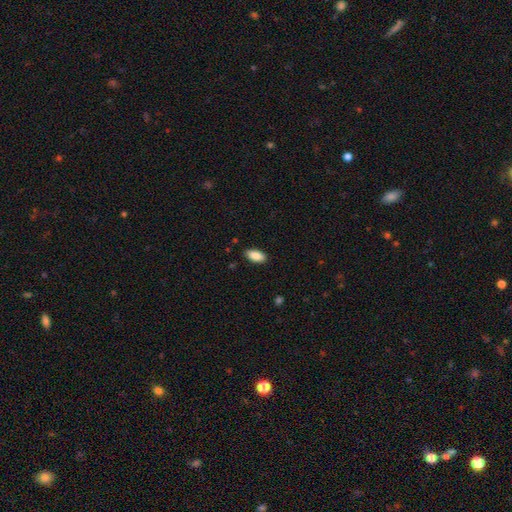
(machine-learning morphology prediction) smooth 89%, star or artifact 6%, featured or disk 5%. Down the decision tree: how rounded — in between (91%); merging — none (87%).